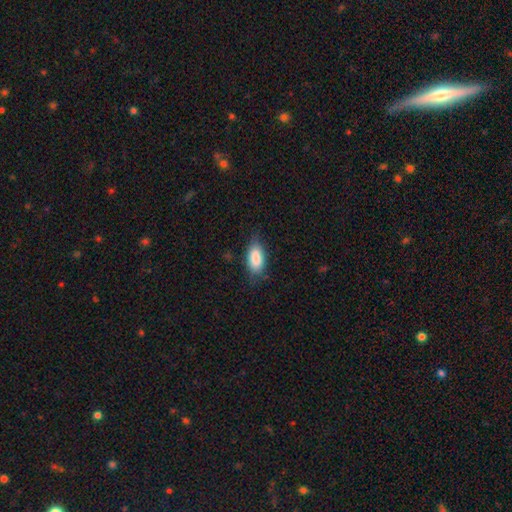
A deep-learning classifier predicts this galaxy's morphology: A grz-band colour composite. It shows a smooth galaxy with no disk features (86%) that is in between round and cigar-shaped (89%). Merging: none (73%).